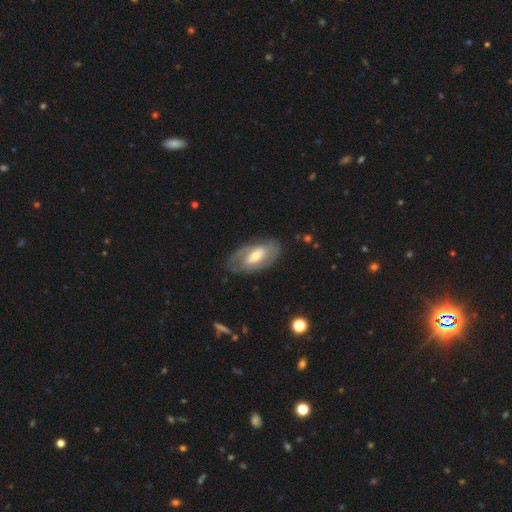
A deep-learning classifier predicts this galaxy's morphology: Q: Smooth or featured?
A: featured or disk (70%); runner-up: smooth (25%)
Q: Edge-on disk?
A: no (91%); runner-up: yes (9%)
Q: Bar?
A: weak (40%); runner-up: strong (35%)
Q: Spiral arms?
A: yes (69%); runner-up: no (31%)
Q: Bulge size?
A: moderate (56%); runner-up: small (35%)
Q: Merging?
A: none (76%); runner-up: minor disturbance (16%)